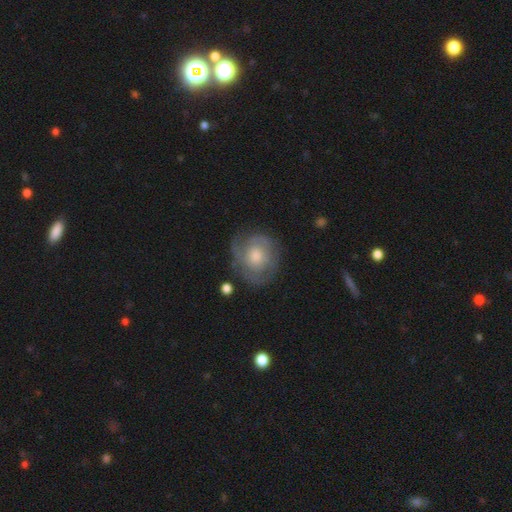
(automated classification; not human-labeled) smooth-or-featured: featured or disk: 56% | smooth: 36% | star or artifact: 8%
  disk-edge-on: no: 97% | yes: 3%
    bar: no: 80% | weak: 18% | strong: 3%
    has-spiral-arms: yes: 72% | no: 28%
    bulge-size: moderate: 55% | large: 22% | small: 16% | none: 4% | dominant: 2%
  merging: none: 70% | minor disturbance: 20% | major disturbance: 9% | merger: 2%